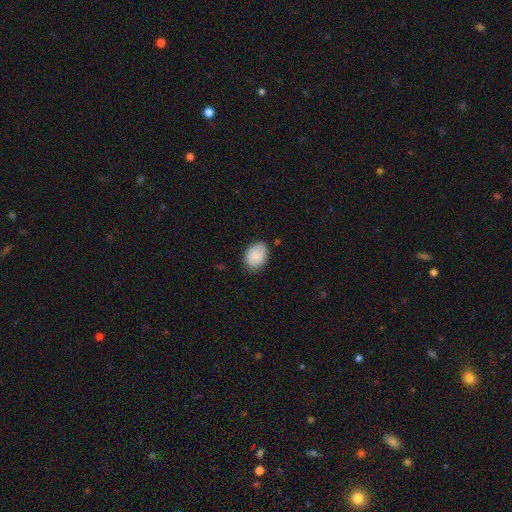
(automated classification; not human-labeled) Q: Smooth or featured?
A: smooth (88%); runner-up: star or artifact (7%)
Q: How rounded?
A: in between (72%); runner-up: round (27%)
Q: Merging?
A: none (75%); runner-up: minor disturbance (20%)